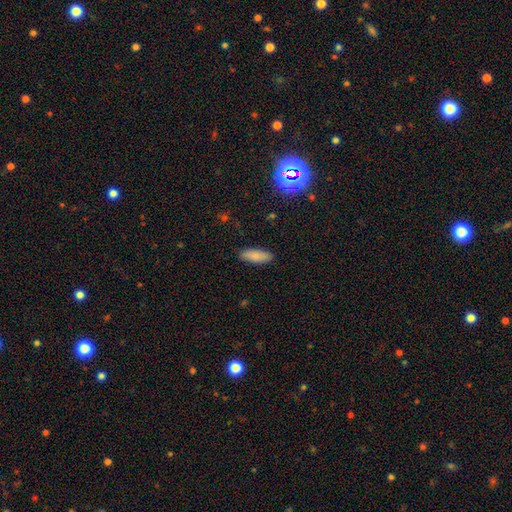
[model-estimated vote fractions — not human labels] Morphology: type=smooth (85%); roundness=in between (71%); merging=none (88%).